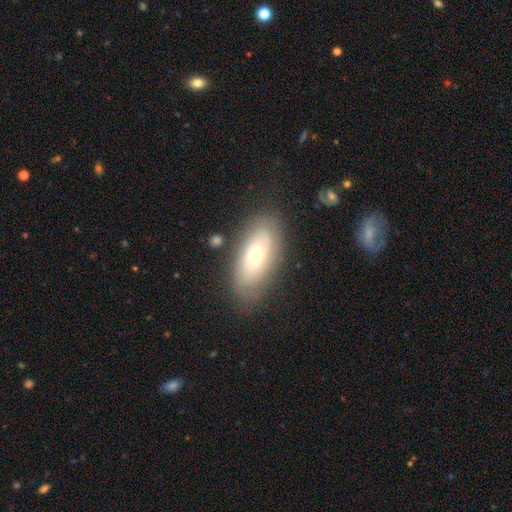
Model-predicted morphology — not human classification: Q: Smooth or featured?
A: featured or disk (47%); runner-up: smooth (46%)
Q: Merging?
A: none (77%); runner-up: minor disturbance (15%)